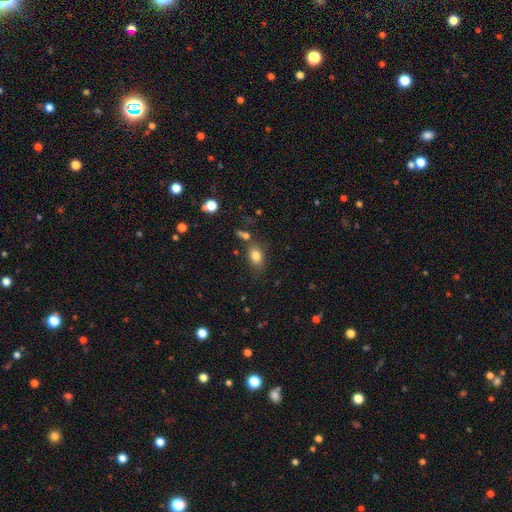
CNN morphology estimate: smooth 81%, star or artifact 10%, featured or disk 9%. Down the decision tree: how rounded — in between (80%); merging — none (71%).